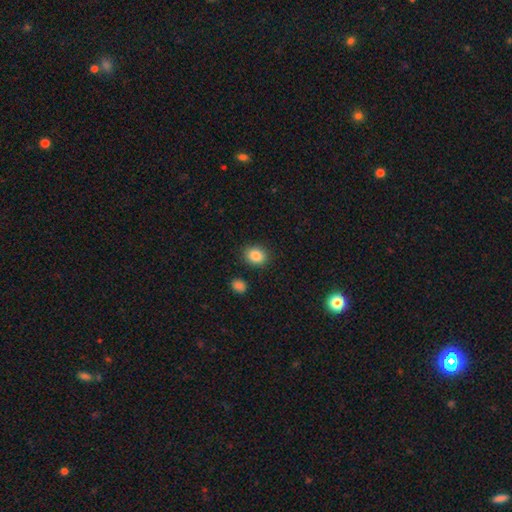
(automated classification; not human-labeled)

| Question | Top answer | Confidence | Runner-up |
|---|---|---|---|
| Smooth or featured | smooth | 87% | star or artifact (9%) |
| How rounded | round | 54% | in between (45%) |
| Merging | none | 87% | minor disturbance (8%) |